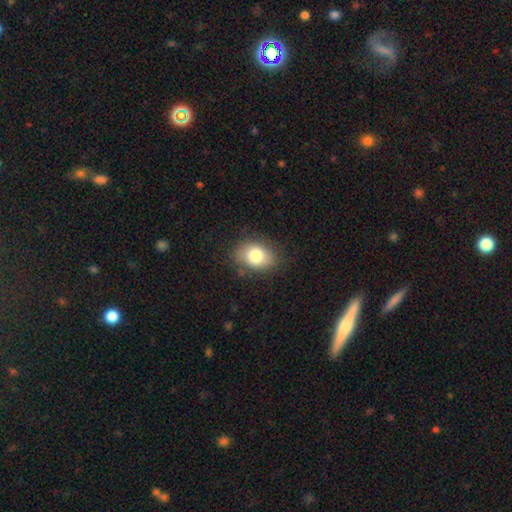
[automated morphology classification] type=smooth (80%); roundness=in between (69%); merging=none (78%).